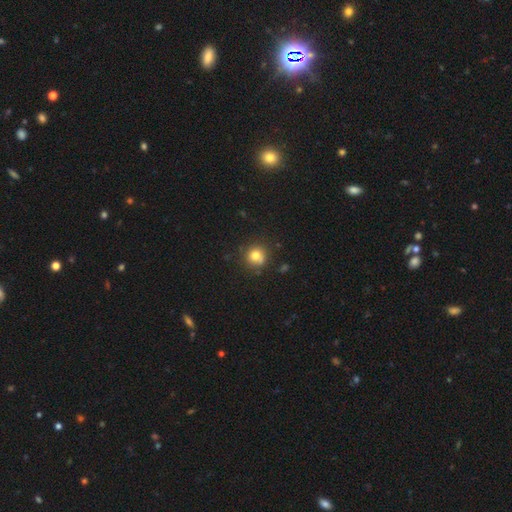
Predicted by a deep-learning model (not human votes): The model was most divided on "merging": none: 74%, minor disturbance: 14%, merger: 8%, major disturbance: 4%. More confident: how rounded — round (91%); smooth or featured — smooth (78%).